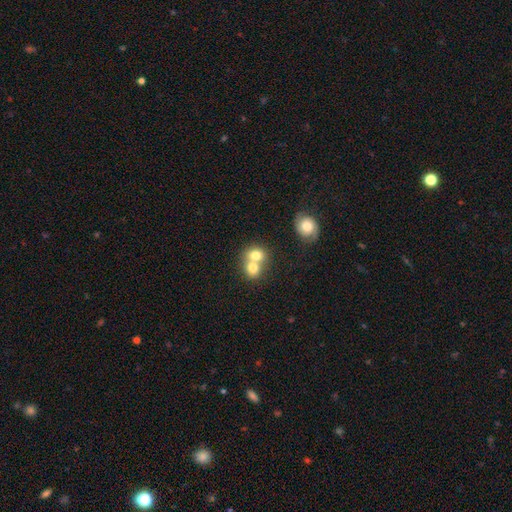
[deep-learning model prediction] Smooth or featured: smooth — 74% (featured or disk — 17%)
How rounded: round — 66% (in between — 33%)
Merging: merger — 67% (none — 25%)